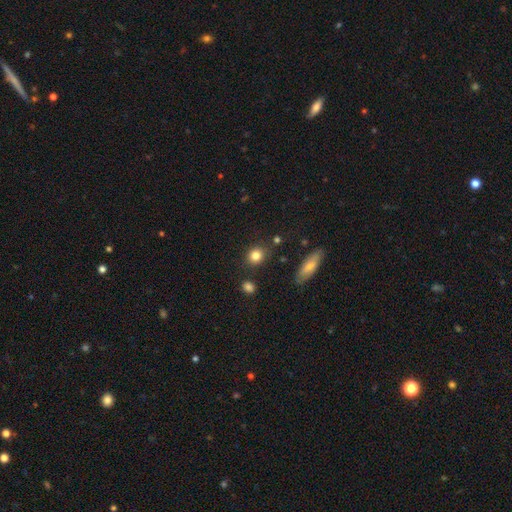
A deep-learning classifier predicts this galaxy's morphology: A smooth galaxy with no disk features (83%) that is round (72%). Merging: none (82%).